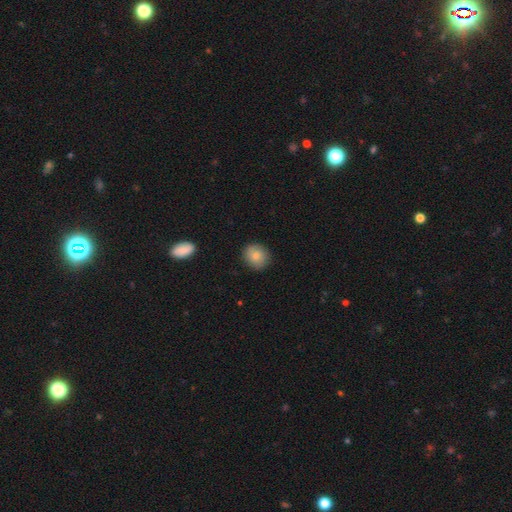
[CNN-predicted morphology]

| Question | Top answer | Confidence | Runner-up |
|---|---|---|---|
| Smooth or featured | smooth | 80% | featured or disk (12%) |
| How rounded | round | 81% | in between (18%) |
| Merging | none | 87% | minor disturbance (10%) |